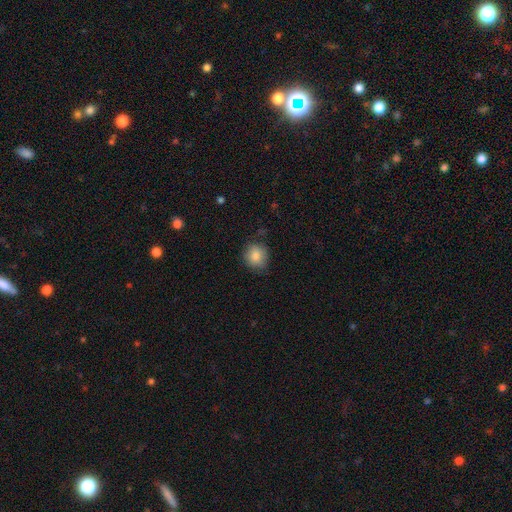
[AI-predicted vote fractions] Smooth or featured? Predicted: smooth (p=0.84). How rounded? Predicted: round (p=0.79). Merging? Predicted: none (p=0.75).